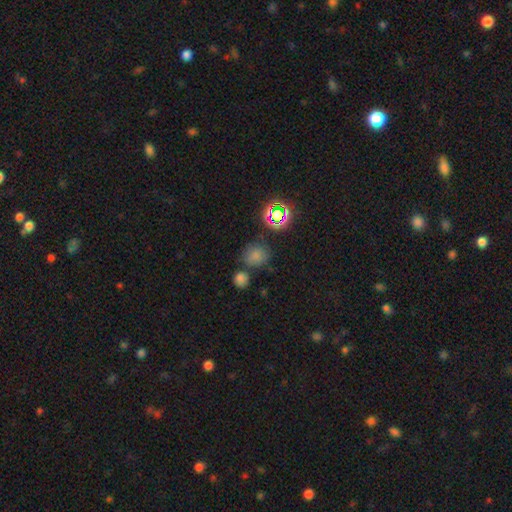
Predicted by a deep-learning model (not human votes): Smooth or featured: smooth — 71% (star or artifact — 22%)
How rounded: round — 76% (in between — 23%)
Merging: none — 67% (merger — 15%)